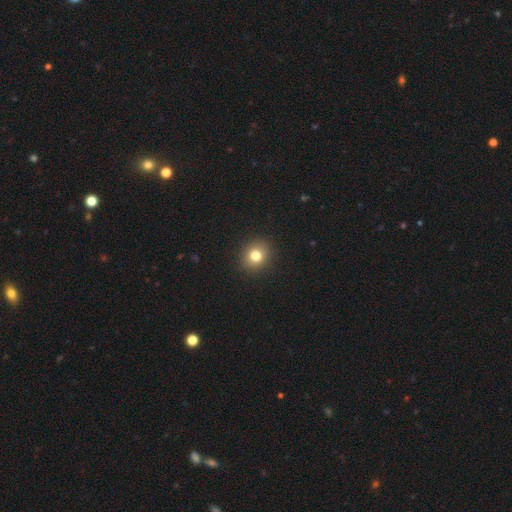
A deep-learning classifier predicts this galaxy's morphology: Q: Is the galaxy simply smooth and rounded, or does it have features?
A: smooth — 80%.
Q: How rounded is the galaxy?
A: round — 80%.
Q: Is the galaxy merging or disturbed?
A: none — 92%.